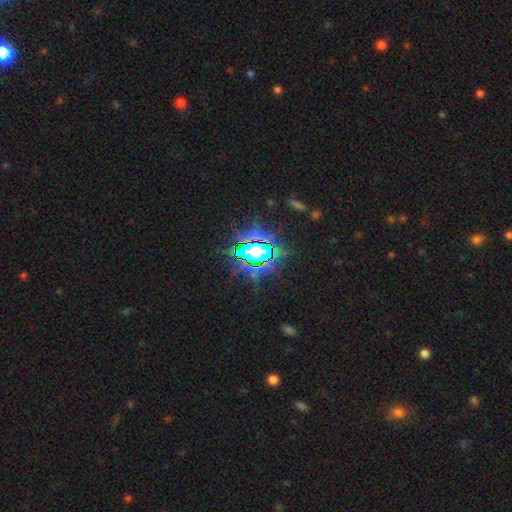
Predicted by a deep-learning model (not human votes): star or artifact 80%, smooth 11%, featured or disk 9%.